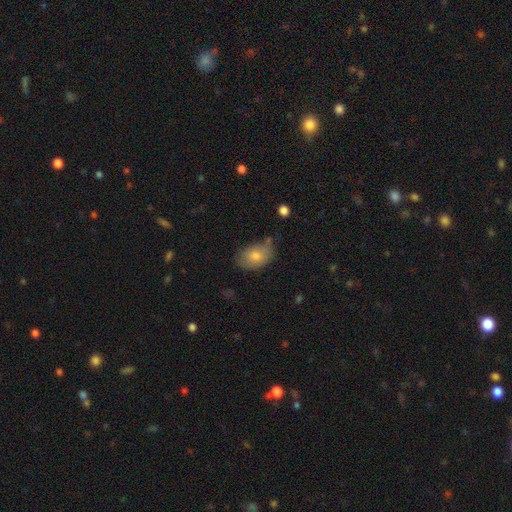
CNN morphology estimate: type=smooth (75%); roundness=in between (82%); merging=none (59%).